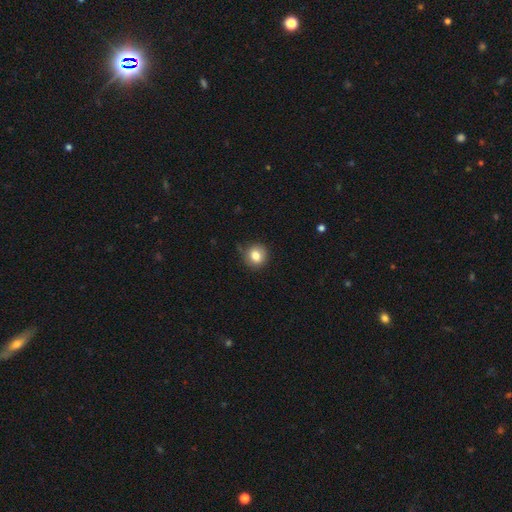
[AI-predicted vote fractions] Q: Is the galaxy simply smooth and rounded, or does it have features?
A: smooth — 82%.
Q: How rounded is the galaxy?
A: round — 87%.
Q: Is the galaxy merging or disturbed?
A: none — 80%.